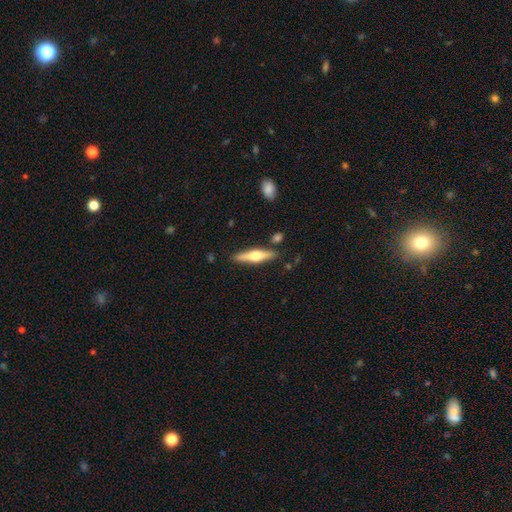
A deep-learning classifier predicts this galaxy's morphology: This appears to be a featured or disk galaxy (62%) viewed edge-on (96%) with a rounded central bulge (94%). Merging: none (86%).